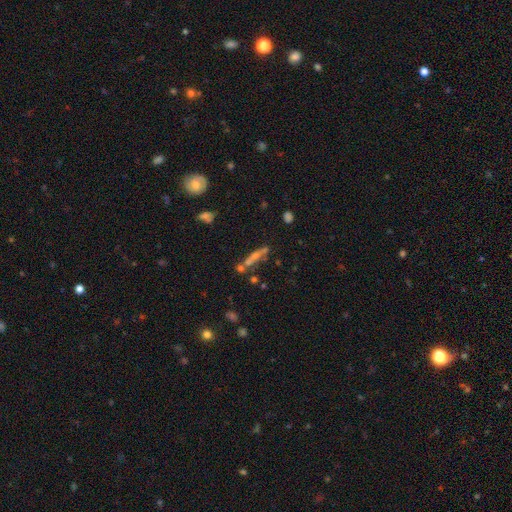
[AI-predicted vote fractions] This appears to be a featured or disk galaxy (46%). Merging: none (56%).